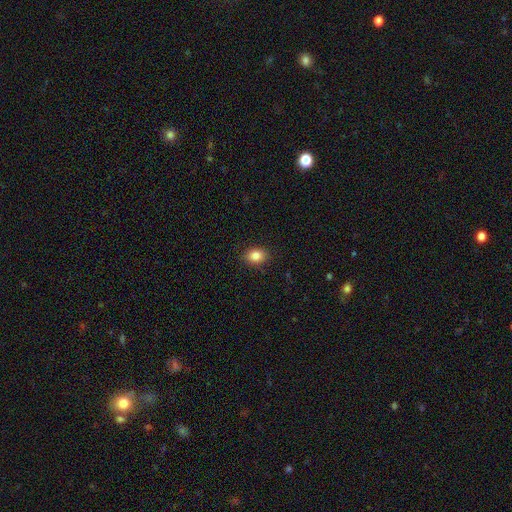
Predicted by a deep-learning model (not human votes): Morphology: type=smooth (84%); roundness=in between (64%); merging=none (88%).